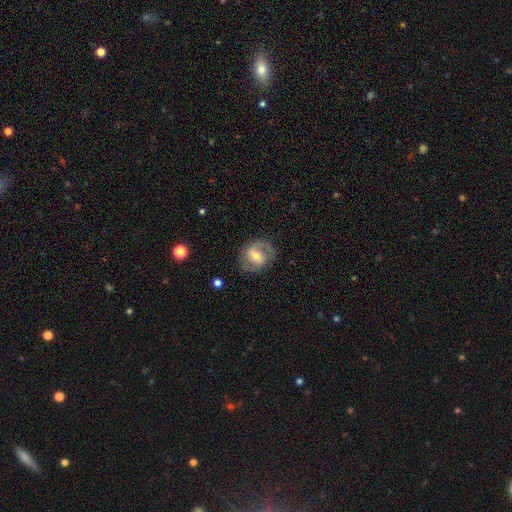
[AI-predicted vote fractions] A featured or disk galaxy (69%) with a weak bar (47%), 2 (80%) medium (49%) spiral arms (87%) and a moderate central bulge (55%).

Vote fractions:
- Smooth or featured? featured or disk: 69% / smooth: 24% / star or artifact: 7%
- Edge-on disk? no: 97% / yes: 3%
- Bar? weak: 47% / no: 30% / strong: 22%
- Spiral arms? yes: 87% / no: 13%
- Spiral winding? medium: 49% / tight: 32% / loose: 20%
- Spiral arm count? 2: 80% / can't tell: 9% / 1: 8% / 3: 2% / 4: 1% / more than 4: 1%
- Bulge size? moderate: 55% / small: 38% / large: 4% / none: 2% / dominant: 1%
- Merging? none: 78% / minor disturbance: 14% / major disturbance: 7% / merger: 1%